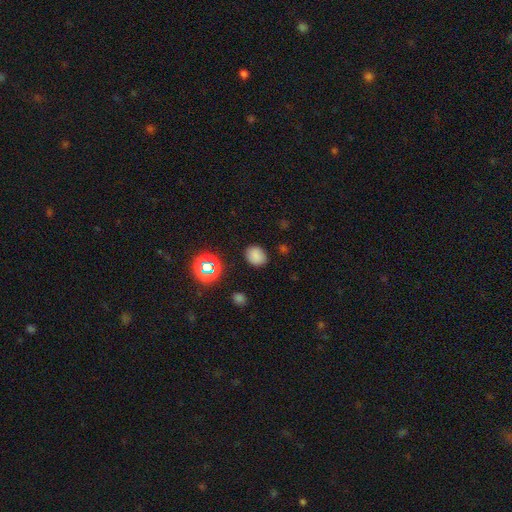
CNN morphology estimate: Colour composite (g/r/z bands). It shows a smooth galaxy with no disk features (78%) that is round (52%). Merging: none (84%).